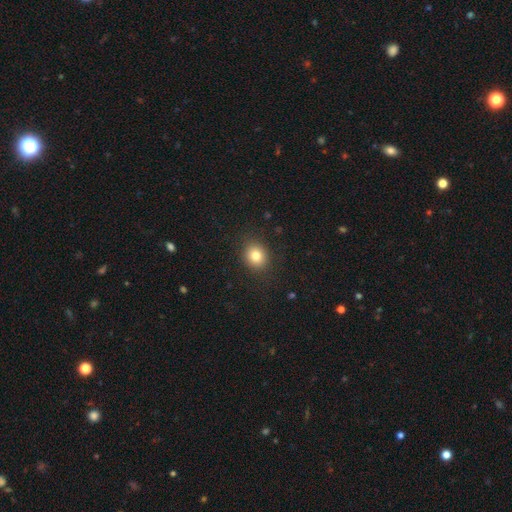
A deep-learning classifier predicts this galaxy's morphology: smooth 80%, star or artifact 11%, featured or disk 8%. Down the decision tree: how rounded — round (73%); merging — none (88%).